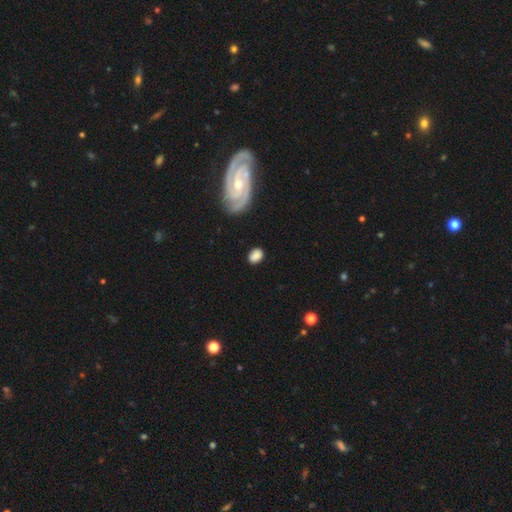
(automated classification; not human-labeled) A smooth galaxy with no disk features (79%) that is in between round and cigar-shaped (73%).

Vote fractions:
- Smooth or featured? smooth: 79% / featured or disk: 12% / star or artifact: 8%
- How rounded? in between: 73% / round: 26% / cigar-shaped: 2%
- Merging? none: 79% / minor disturbance: 14% / major disturbance: 5% / merger: 2%